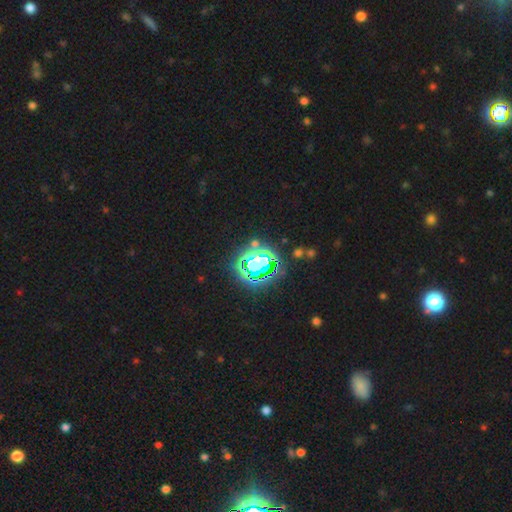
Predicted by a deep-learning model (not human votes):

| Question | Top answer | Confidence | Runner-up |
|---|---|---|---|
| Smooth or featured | star or artifact | 81% | smooth (12%) |